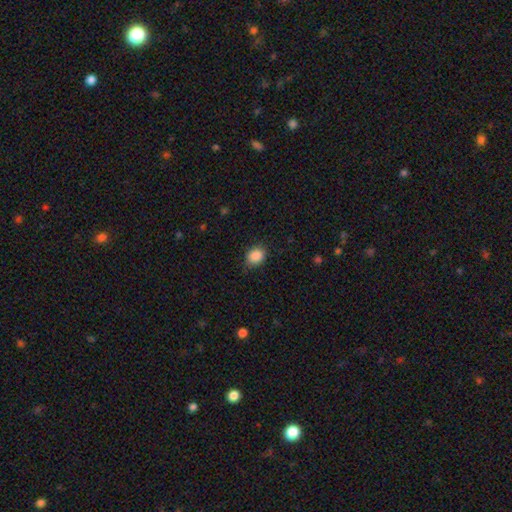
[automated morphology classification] This is clearly a smooth galaxy (88%). How rounded: possibly round (50%). Merging: clearly none (80%).